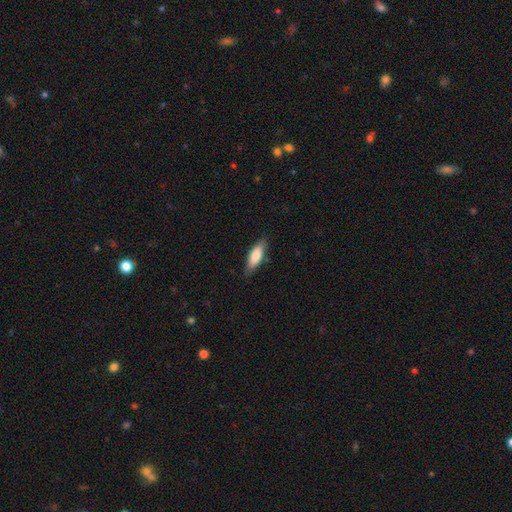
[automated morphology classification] smooth_or_featured: smooth (p=0.79) [alt: featured or disk p=0.15]
how_rounded: in between (p=0.59) [alt: cigar-shaped p=0.39]
merging: none (p=0.81) [alt: minor disturbance p=0.15]